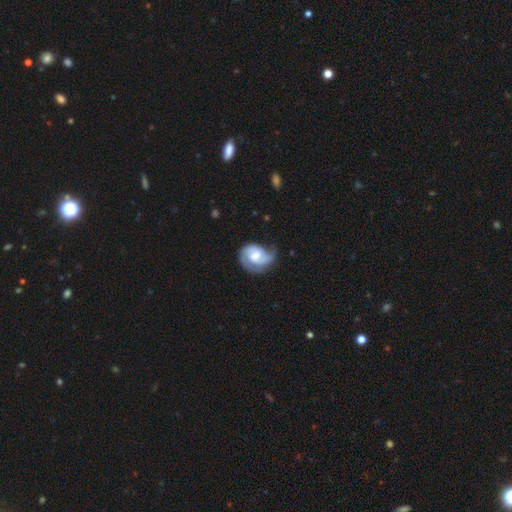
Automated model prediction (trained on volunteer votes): Overall: featured or disk (76%). Edge-on disk: no (98%). Bar: no (46%; weak 44%). Spiral arms: yes (94%). Spiral arm count: 2 (65%). Spiral winding: medium (43%; tight 37%). Bulge size: moderate (48%; small 32%). Merging: none (50%; minor disturbance 29%).